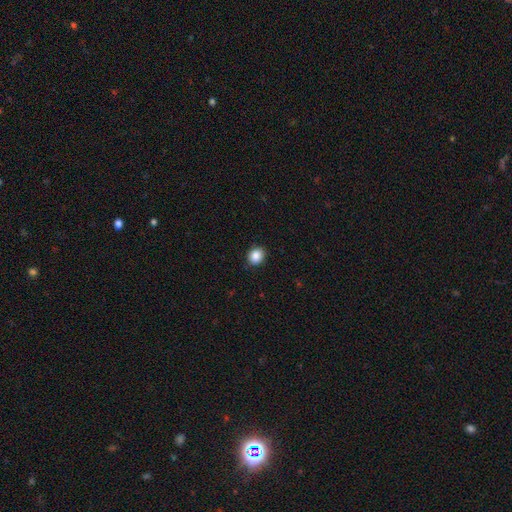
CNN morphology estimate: Overall: smooth (87%). How rounded: round (74%). Merging: none (90%).